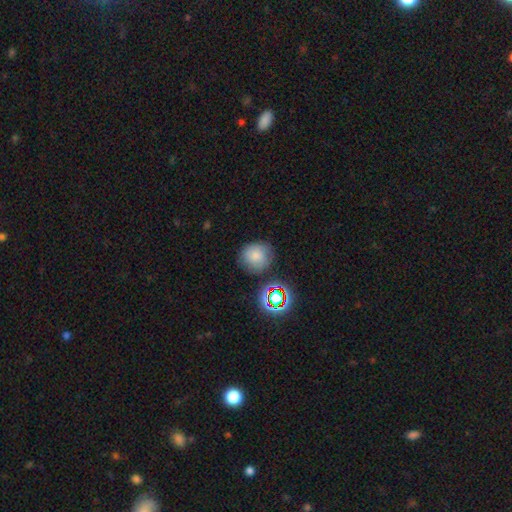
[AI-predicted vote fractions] smooth_or_featured: smooth (p=0.74) [alt: star or artifact p=0.16]
how_rounded: round (p=0.87) [alt: in between p=0.12]
merging: none (p=0.76) [alt: minor disturbance p=0.15]